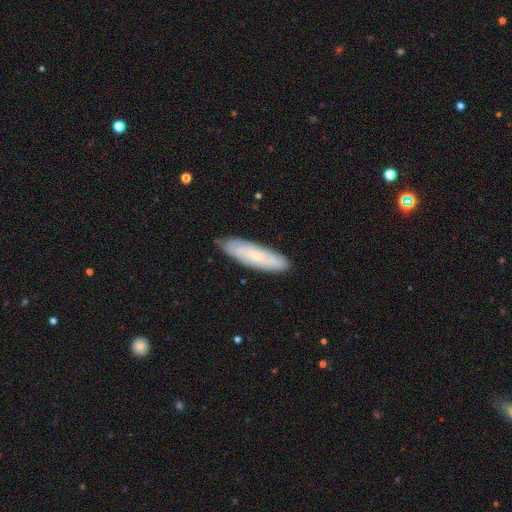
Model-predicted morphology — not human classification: smooth-or-featured: featured or disk: 47% | smooth: 45% | star or artifact: 7%
  merging: none: 84% | minor disturbance: 12% | major disturbance: 2% | merger: 1%